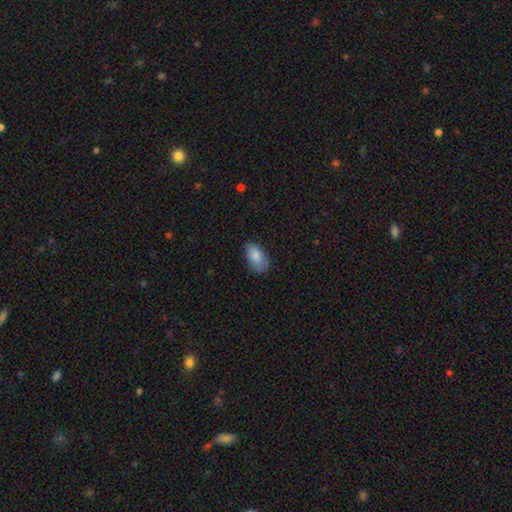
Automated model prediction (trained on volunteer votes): Q: Smooth or featured?
A: smooth (84%); runner-up: featured or disk (9%)
Q: How rounded?
A: in between (93%); runner-up: round (4%)
Q: Merging?
A: none (68%); runner-up: minor disturbance (25%)